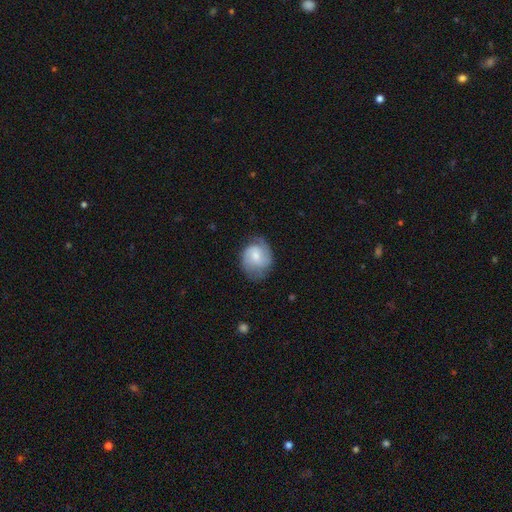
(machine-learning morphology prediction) A featured or disk galaxy (56%) with no bar (50%), spiral arms (89%) and a moderate central bulge (45%). Merging: none (62%).